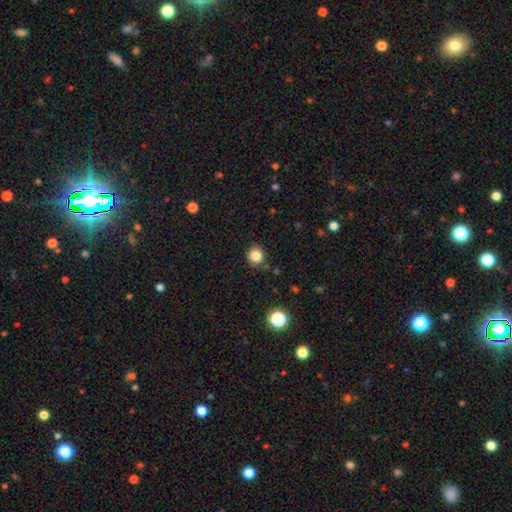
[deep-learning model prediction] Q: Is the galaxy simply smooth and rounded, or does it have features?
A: smooth — 83%.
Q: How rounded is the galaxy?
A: round — 82%.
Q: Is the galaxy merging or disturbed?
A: none — 84%.